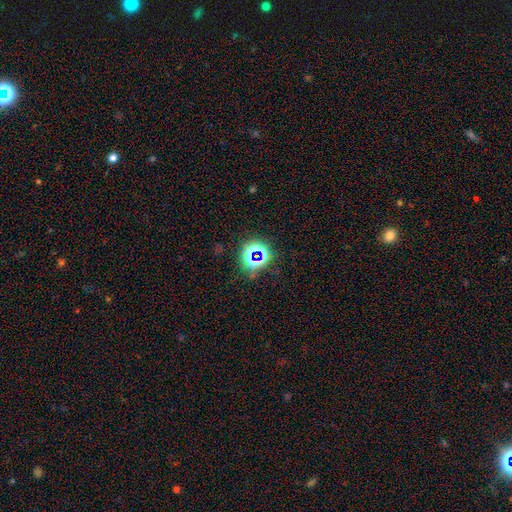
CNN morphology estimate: Smooth or featured? star or artifact (67%)